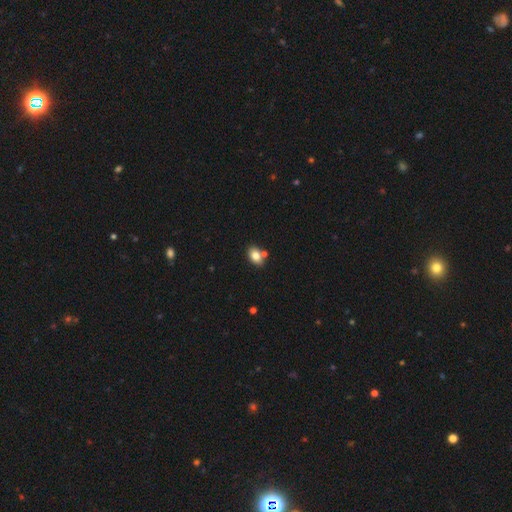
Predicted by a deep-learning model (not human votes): Overall: smooth (81%). How rounded: in between (78%). Merging: none (67%).